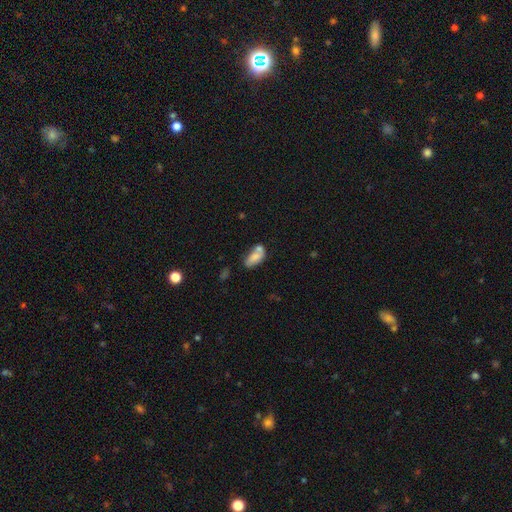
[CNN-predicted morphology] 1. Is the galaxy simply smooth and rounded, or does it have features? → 72% smooth, 20% featured or disk, 8% star or artifact.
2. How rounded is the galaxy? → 90% in between, 6% cigar-shaped, 4% round.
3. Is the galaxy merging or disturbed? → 38% merger, 35% none, 18% minor disturbance, 8% major disturbance.